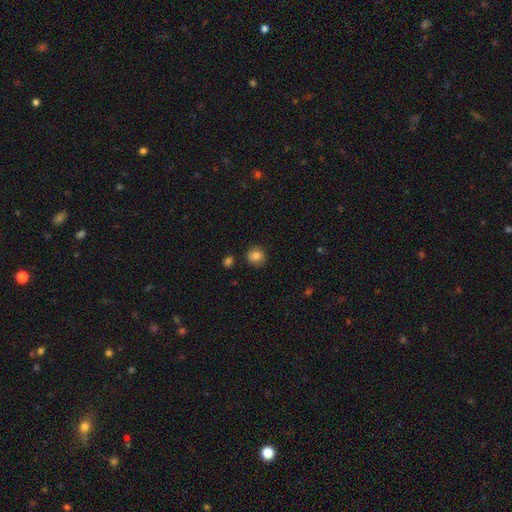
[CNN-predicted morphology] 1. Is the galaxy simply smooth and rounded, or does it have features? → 81% smooth, 10% star or artifact, 8% featured or disk.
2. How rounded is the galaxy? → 82% round, 17% in between, 1% cigar-shaped.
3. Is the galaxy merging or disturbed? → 84% none, 11% minor disturbance, 3% major disturbance, 3% merger.